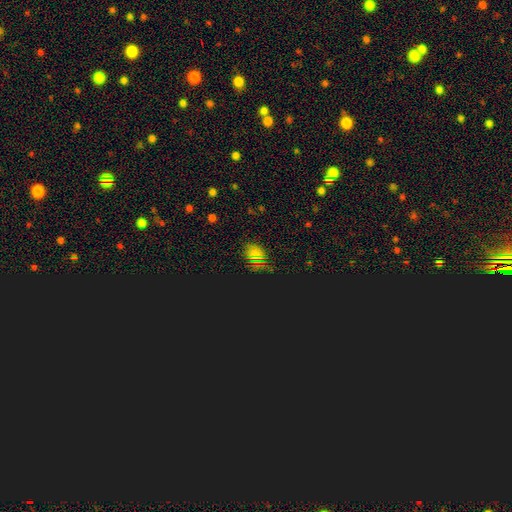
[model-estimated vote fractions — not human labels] This is possibly a star or artifact rather than a galaxy (52%).